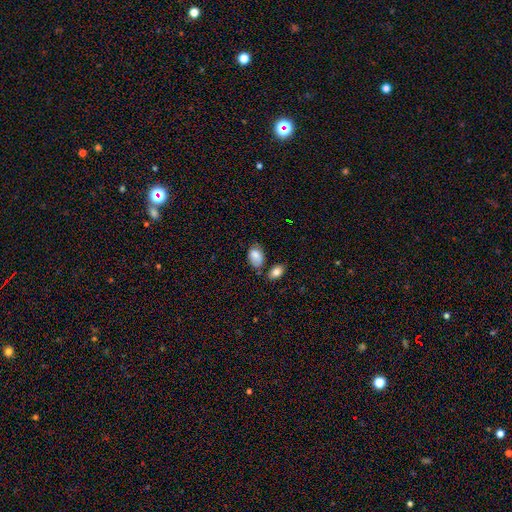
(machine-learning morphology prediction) Smooth or featured? smooth (80%)
How rounded? in between (86%)
Merging? none (53%)